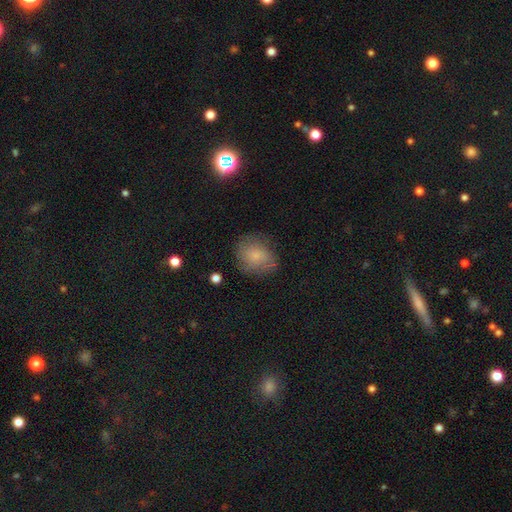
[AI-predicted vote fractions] Smooth or featured? Predicted: smooth (p=0.66). How rounded? Predicted: round (p=0.60). Merging? Predicted: none (p=0.70).